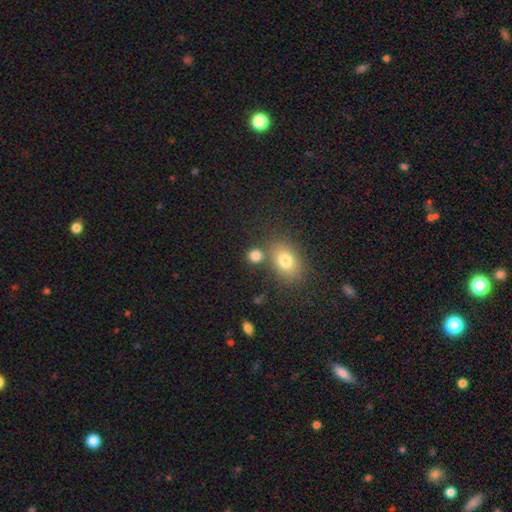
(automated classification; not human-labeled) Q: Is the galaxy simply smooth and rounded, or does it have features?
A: smooth — 81%.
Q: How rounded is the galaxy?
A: round — 74%.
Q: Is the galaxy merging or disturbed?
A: none — 69%.